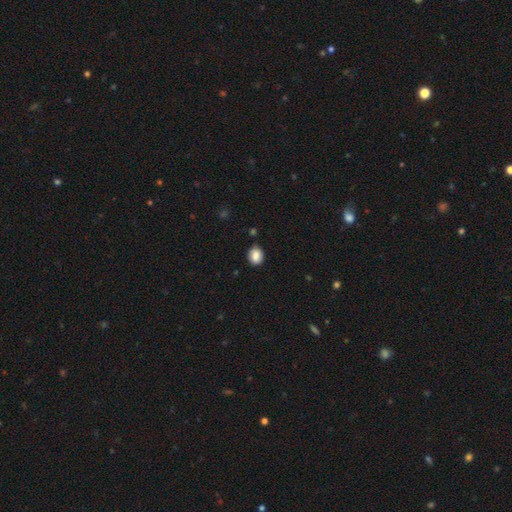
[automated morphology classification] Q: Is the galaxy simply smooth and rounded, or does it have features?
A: smooth — 84%.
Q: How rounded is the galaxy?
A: round — 54%.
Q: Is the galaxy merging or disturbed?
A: none — 84%.